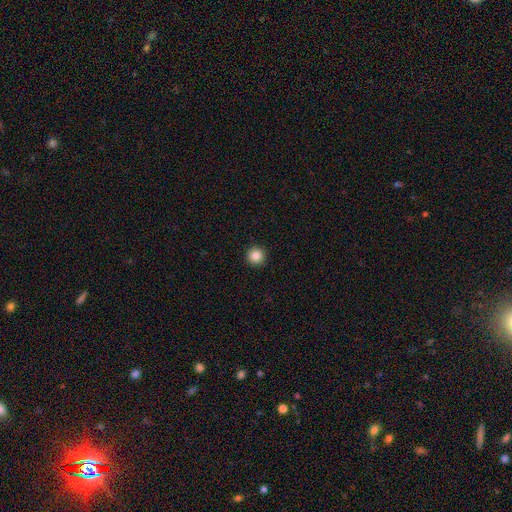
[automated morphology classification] A smooth galaxy with no disk features (86%) that is round (96%).

Vote fractions:
- Smooth or featured? smooth: 86% / star or artifact: 10% / featured or disk: 4%
- How rounded? round: 96% / in between: 3% / cigar-shaped: 1%
- Merging? none: 93% / minor disturbance: 4% / major disturbance: 1% / merger: 1%